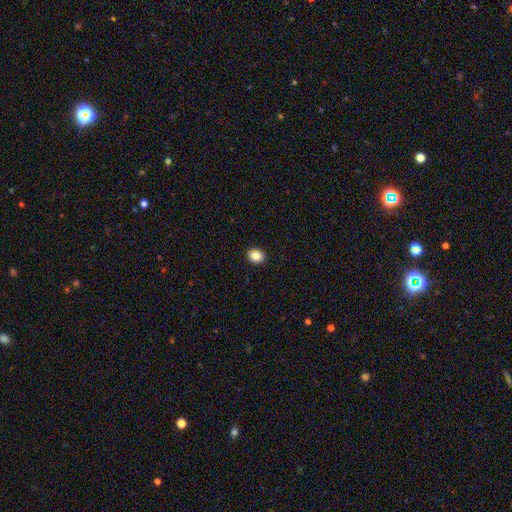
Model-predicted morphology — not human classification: Overall: smooth (85%). How rounded: round (59%; in between 40%). Merging: none (91%).